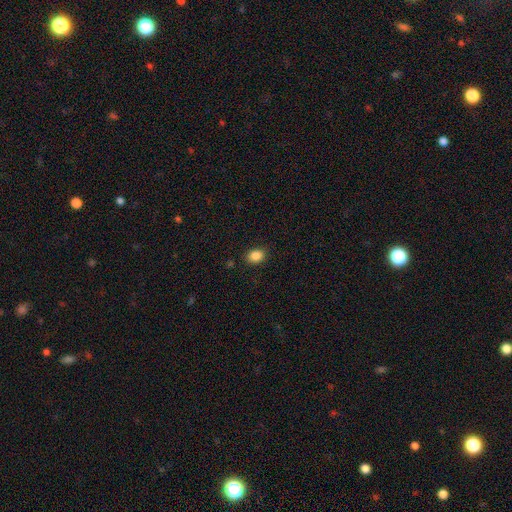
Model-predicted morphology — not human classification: smooth_or_featured: smooth (p=0.87) [alt: star or artifact p=0.10]
how_rounded: in between (p=0.63) [alt: round p=0.36]
merging: none (p=0.87) [alt: minor disturbance p=0.09]